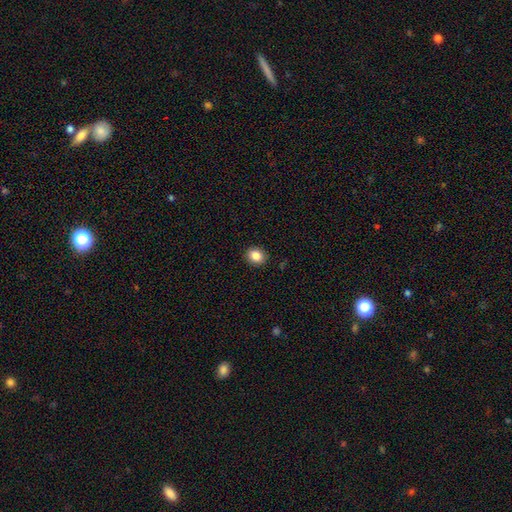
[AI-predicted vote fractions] smooth-or-featured: smooth: 86% | star or artifact: 9% | featured or disk: 5%
  how-rounded: round: 63% | in between: 36% | cigar-shaped: 1%
  merging: none: 91% | minor disturbance: 6% | major disturbance: 2% | merger: 1%